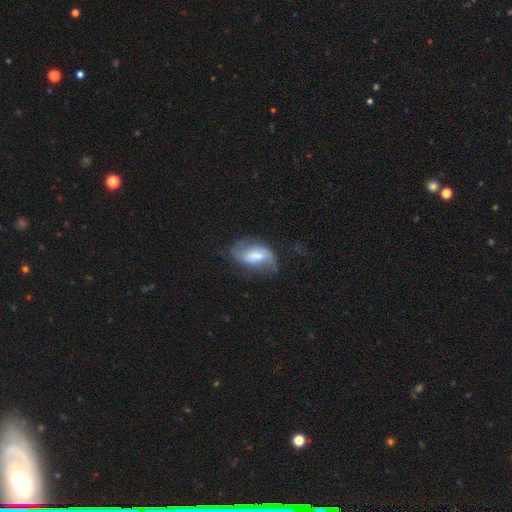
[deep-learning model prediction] This is likely a featured or disk galaxy (66%). It is clearly not viewed edge-on (97%). Bar: possibly weak (48%). Spiral arm pattern: clearly yes (88%). Spiral arm count: clearly 2 (82%). Spiral winding: marginally loose (43%). Central bulge: marginally moderate (32%). Merging: possibly none (53%).